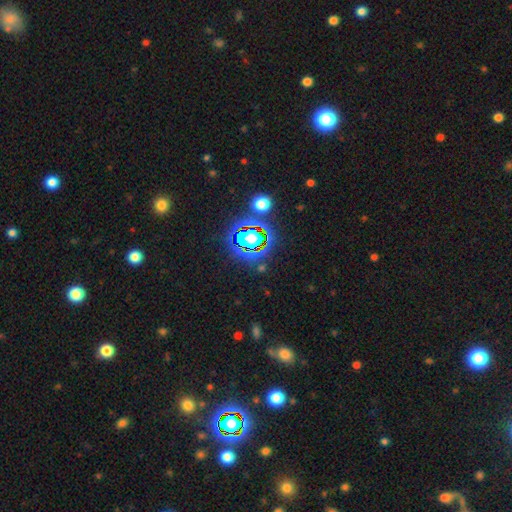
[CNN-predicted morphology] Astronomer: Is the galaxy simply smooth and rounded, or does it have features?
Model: star or artifact — 80%.